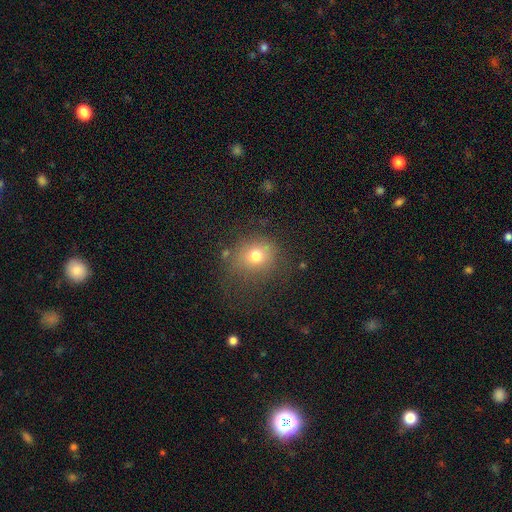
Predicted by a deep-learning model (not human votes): A smooth galaxy with no disk features (71%) that is round (81%).

Vote fractions:
- Smooth or featured? smooth: 71% / star or artifact: 16% / featured or disk: 12%
- How rounded? round: 81% / in between: 18% / cigar-shaped: 1%
- Merging? none: 72% / minor disturbance: 16% / major disturbance: 10% / merger: 3%